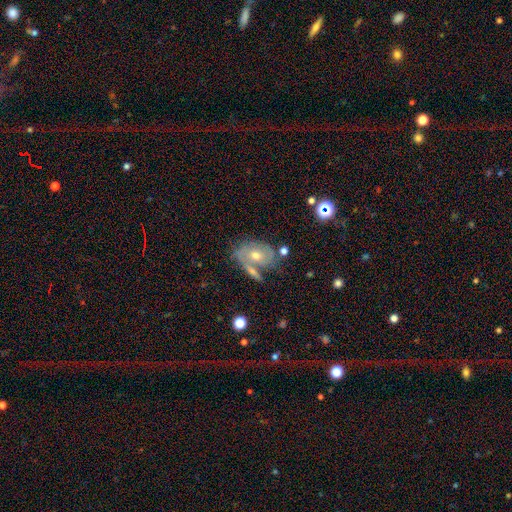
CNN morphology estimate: smooth_or_featured: featured or disk (p=0.63) [alt: smooth p=0.26]
disk_edge_on: no (p=0.93) [alt: yes p=0.07]
bar: no (p=0.71) [alt: weak p=0.23]
has_spiral_arms: yes (p=0.74) [alt: no p=0.26]
bulge_size: moderate (p=0.65) [alt: small p=0.29]
merging: none (p=0.50) [alt: merger p=0.22]